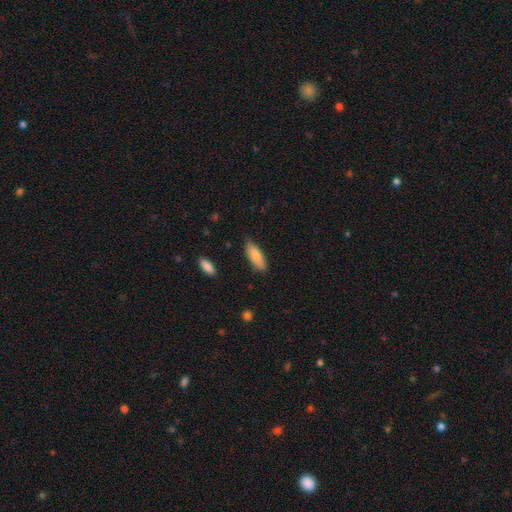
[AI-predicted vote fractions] This appears to be a smooth galaxy with no disk features (84%) that is in between round and cigar-shaped (71%). Merging: none (77%).